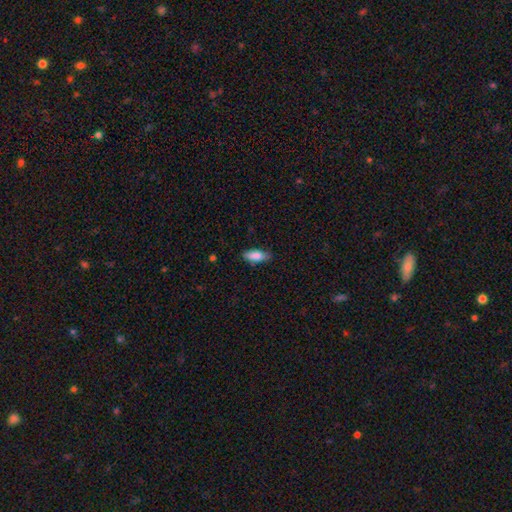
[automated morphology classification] A smooth galaxy with no disk features (85%) that is in between round and cigar-shaped (75%). Merging: none (79%).